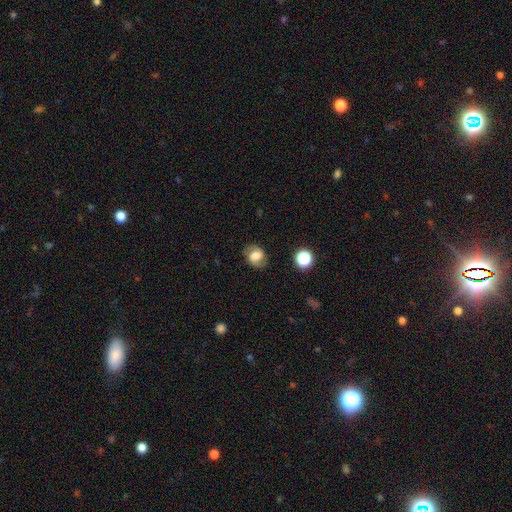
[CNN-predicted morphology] The model was most divided on "smooth or featured": smooth: 46%, featured or disk: 43%, star or artifact: 11%. More confident: merging — none (79%).